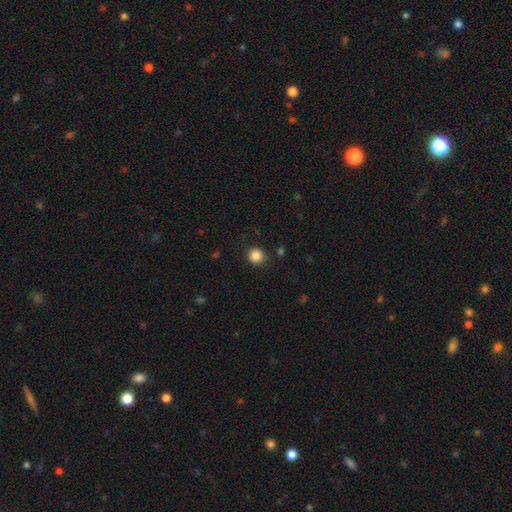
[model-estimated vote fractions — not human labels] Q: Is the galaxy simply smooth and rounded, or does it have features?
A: smooth — 86%.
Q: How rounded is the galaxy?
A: round — 92%.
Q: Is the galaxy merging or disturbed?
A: none — 89%.